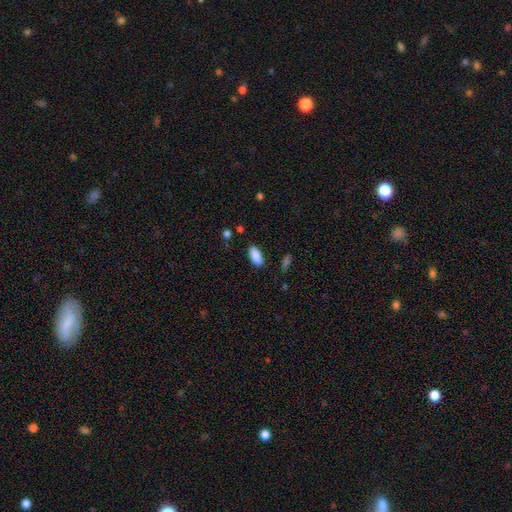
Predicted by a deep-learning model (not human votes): Morphology: type=smooth (89%); roundness=in between (89%); merging=none (86%).